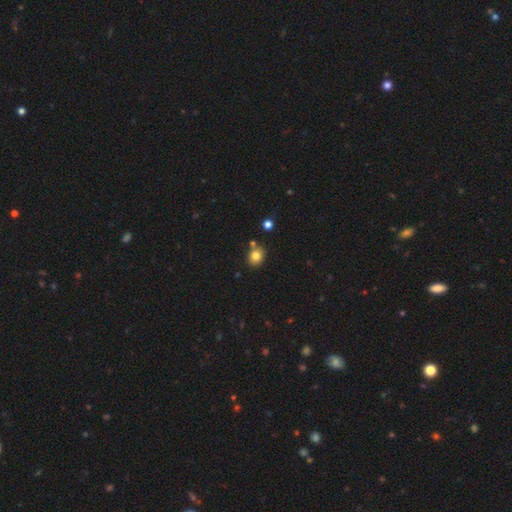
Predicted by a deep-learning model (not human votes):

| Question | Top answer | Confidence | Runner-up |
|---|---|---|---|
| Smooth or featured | smooth | 80% | star or artifact (12%) |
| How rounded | round | 61% | in between (38%) |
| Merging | none | 73% | minor disturbance (12%) |